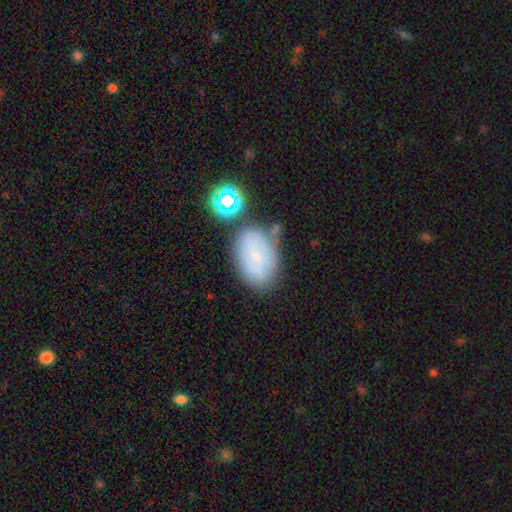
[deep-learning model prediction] Overall: smooth (59%; featured or disk 28%). How rounded: in between (84%). Merging: none (61%; minor disturbance 21%).